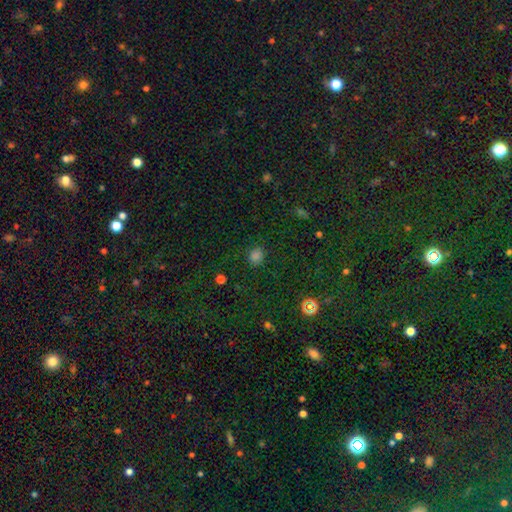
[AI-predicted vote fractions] smooth-or-featured: smooth: 73% | star or artifact: 22% | featured or disk: 4%
  how-rounded: round: 65% | in between: 34% | cigar-shaped: 1%
  merging: none: 84% | minor disturbance: 11% | major disturbance: 3% | merger: 2%